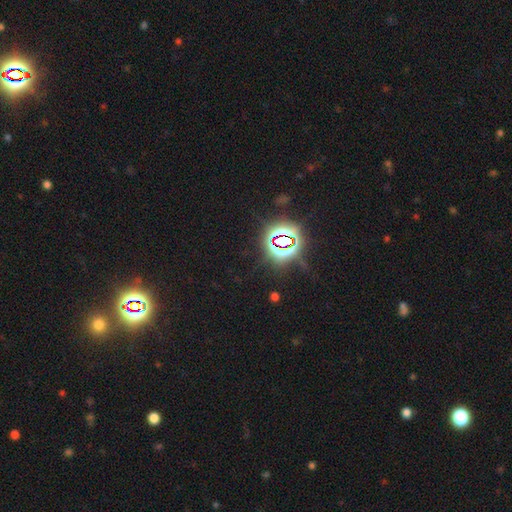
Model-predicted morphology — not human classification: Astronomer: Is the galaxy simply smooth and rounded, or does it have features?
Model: star or artifact — 85%.